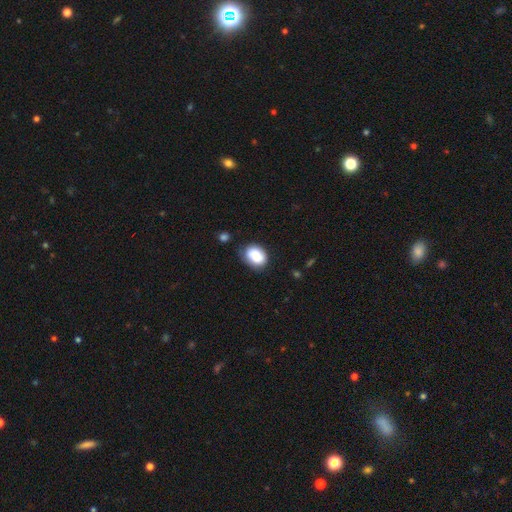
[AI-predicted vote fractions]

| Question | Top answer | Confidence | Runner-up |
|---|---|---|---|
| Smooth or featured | smooth | 83% | featured or disk (9%) |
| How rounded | in between | 69% | round (30%) |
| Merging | none | 61% | minor disturbance (26%) |